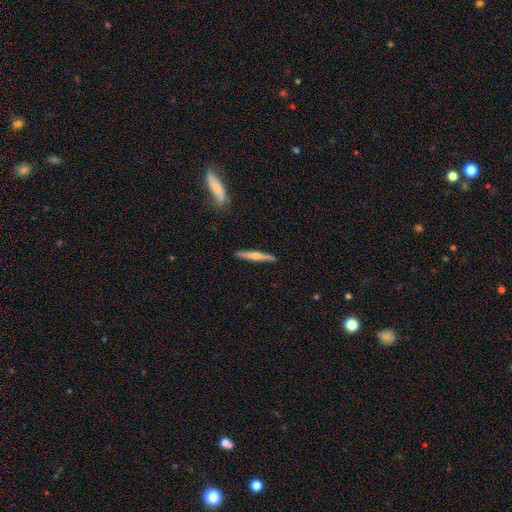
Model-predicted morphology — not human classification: smooth-or-featured: featured or disk: 62% | smooth: 32% | star or artifact: 5%
  disk-edge-on: yes: 96% | no: 4%
    edge-on-bulge: rounded: 85% | none: 11% | boxy: 5%
  merging: none: 89% | minor disturbance: 8% | major disturbance: 2% | merger: 2%